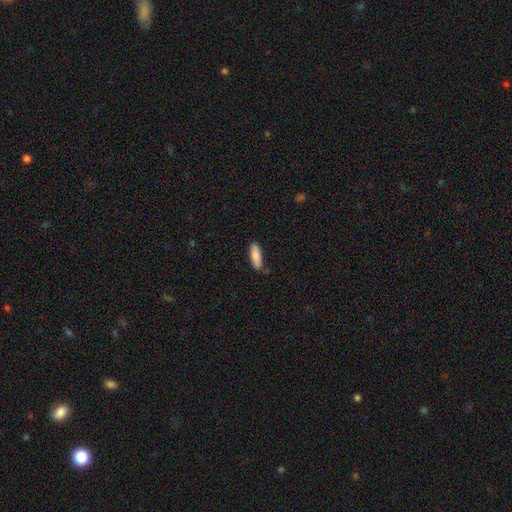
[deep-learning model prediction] Smooth or featured? Predicted: smooth (p=0.87). How rounded? Predicted: in between (p=0.56). Merging? Predicted: none (p=0.80).